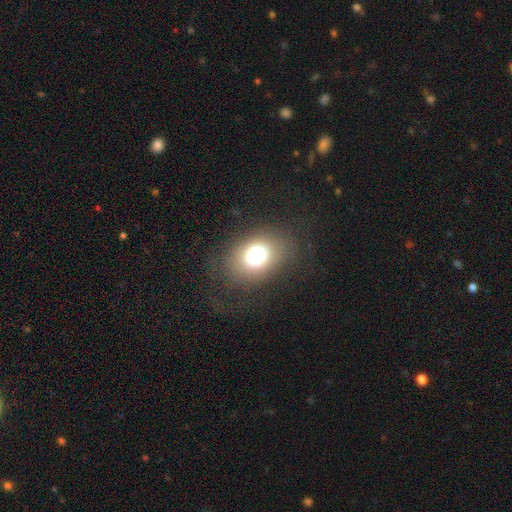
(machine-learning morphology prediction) smooth_or_featured: smooth (p=0.75) [alt: featured or disk p=0.13]
how_rounded: in between (p=0.66) [alt: round p=0.33]
merging: none (p=0.73) [alt: minor disturbance p=0.14]